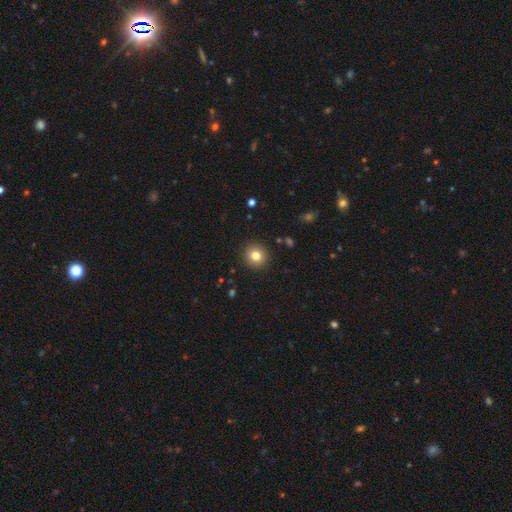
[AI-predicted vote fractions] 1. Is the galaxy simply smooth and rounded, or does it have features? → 81% smooth, 11% star or artifact, 8% featured or disk.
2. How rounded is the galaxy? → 94% round, 5% in between, 1% cigar-shaped.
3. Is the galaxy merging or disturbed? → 92% none, 5% minor disturbance, 2% major disturbance, 1% merger.